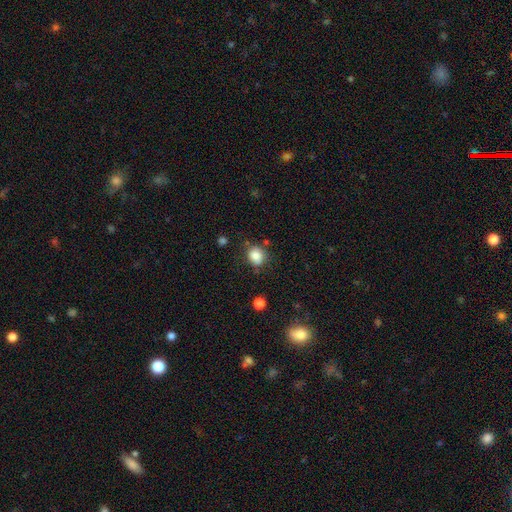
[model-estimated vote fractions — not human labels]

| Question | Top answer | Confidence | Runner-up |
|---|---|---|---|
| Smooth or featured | smooth | 83% | star or artifact (10%) |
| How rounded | round | 70% | in between (29%) |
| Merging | none | 74% | minor disturbance (17%) |